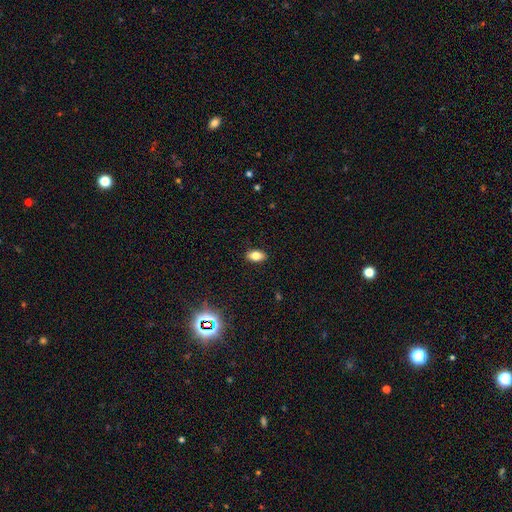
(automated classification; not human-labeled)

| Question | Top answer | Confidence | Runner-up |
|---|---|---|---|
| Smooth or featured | smooth | 78% | featured or disk (12%) |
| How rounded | in between | 89% | round (5%) |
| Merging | none | 89% | minor disturbance (8%) |